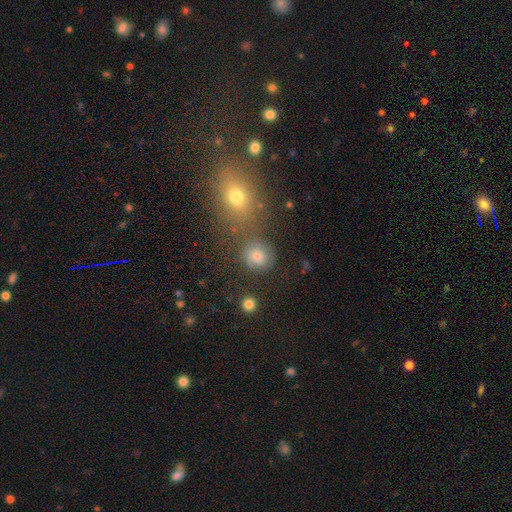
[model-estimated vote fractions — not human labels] Overall: smooth (70%). How rounded: round (84%). Merging: none (74%).